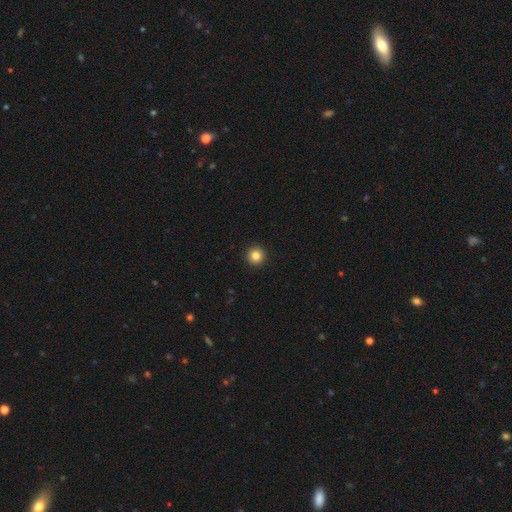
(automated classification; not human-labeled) smooth 84%, star or artifact 11%, featured or disk 5%. Down the decision tree: how rounded — round (96%); merging — none (94%).